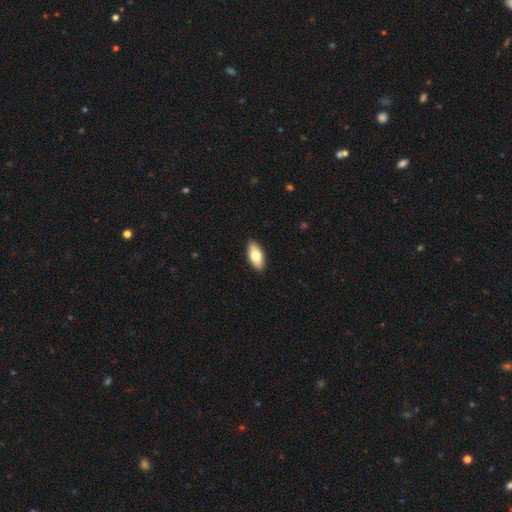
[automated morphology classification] Smooth or featured? smooth (74%)
How rounded? in between (88%)
Merging? none (90%)